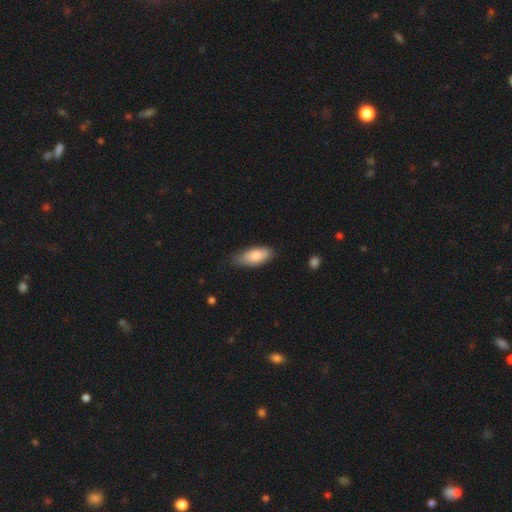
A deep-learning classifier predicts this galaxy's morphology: This appears to be a smooth galaxy with no disk features (81%) that is in between round and cigar-shaped (85%). Merging: none (69%).